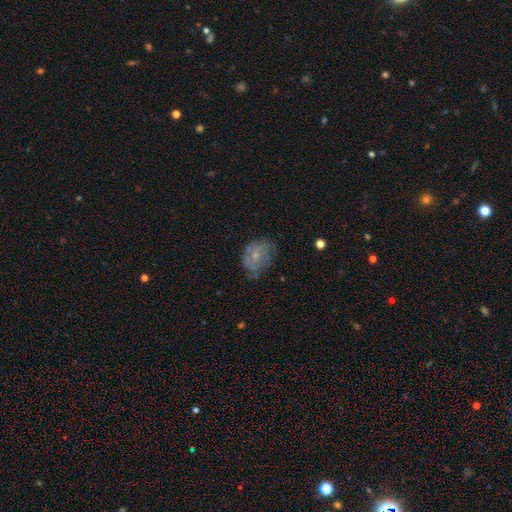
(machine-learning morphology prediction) Q: Smooth or featured?
A: featured or disk (56%); runner-up: smooth (34%)
Q: Edge-on disk?
A: no (97%); runner-up: yes (3%)
Q: Bar?
A: no (77%); runner-up: weak (20%)
Q: Spiral arms?
A: yes (70%); runner-up: no (30%)
Q: Bulge size?
A: small (60%); runner-up: moderate (32%)
Q: Merging?
A: none (57%); runner-up: minor disturbance (28%)